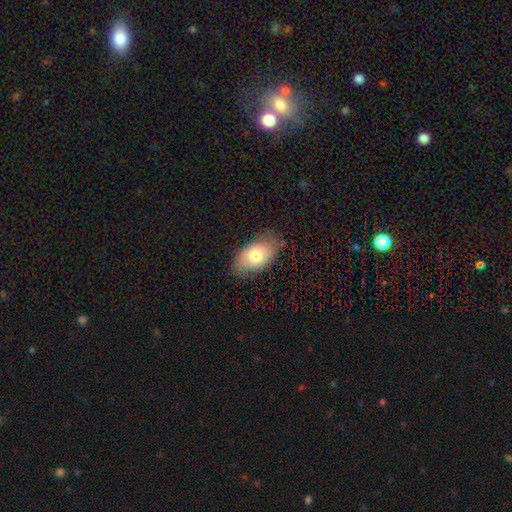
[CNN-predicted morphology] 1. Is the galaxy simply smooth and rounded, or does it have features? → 71% smooth, 22% featured or disk, 8% star or artifact.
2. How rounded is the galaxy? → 91% in between, 8% round, 2% cigar-shaped.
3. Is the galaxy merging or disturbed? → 78% none, 17% minor disturbance, 4% major disturbance, 1% merger.